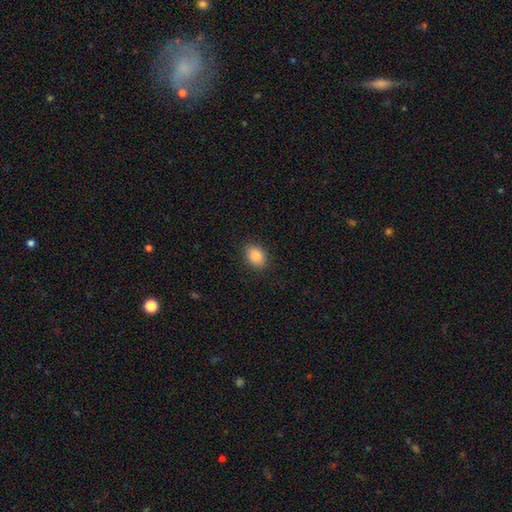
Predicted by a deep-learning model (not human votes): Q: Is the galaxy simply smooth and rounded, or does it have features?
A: smooth — 87%.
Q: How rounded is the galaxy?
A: in between — 71%.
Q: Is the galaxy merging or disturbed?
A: none — 88%.